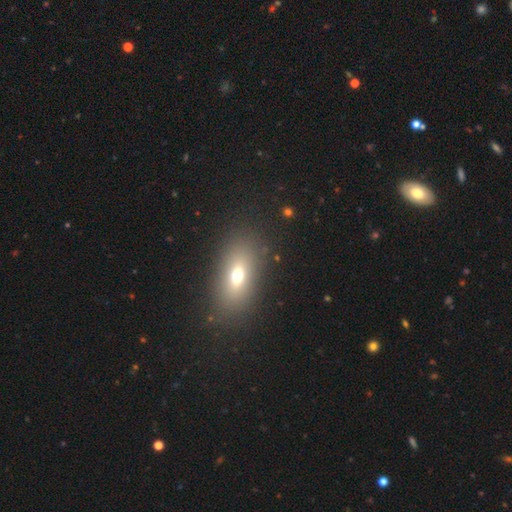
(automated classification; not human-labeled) smooth-or-featured: smooth: 63% | featured or disk: 20% | star or artifact: 17%
  how-rounded: in between: 77% | cigar-shaped: 12% | round: 11%
  merging: none: 86% | minor disturbance: 8% | major disturbance: 4% | merger: 2%